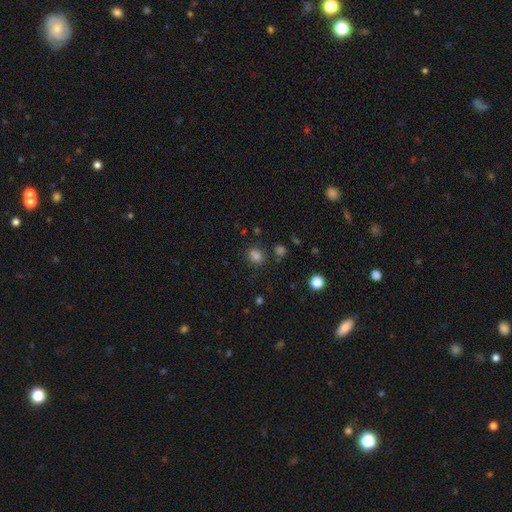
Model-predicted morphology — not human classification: Smooth or featured? Predicted: smooth (p=0.77). How rounded? Predicted: round (p=0.64). Merging? Predicted: none (p=0.72).